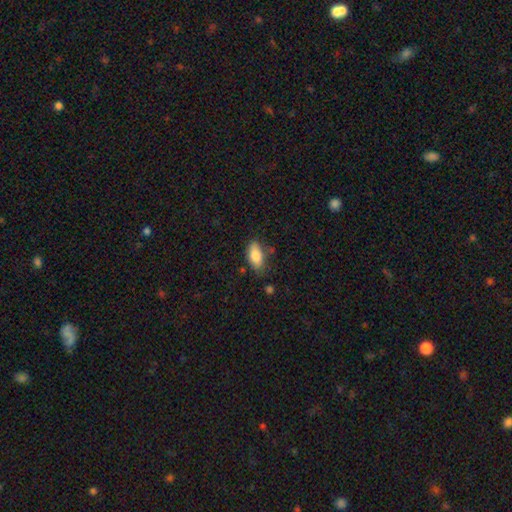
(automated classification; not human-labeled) Morphology: type=smooth (82%); roundness=in between (89%); merging=none (71%).